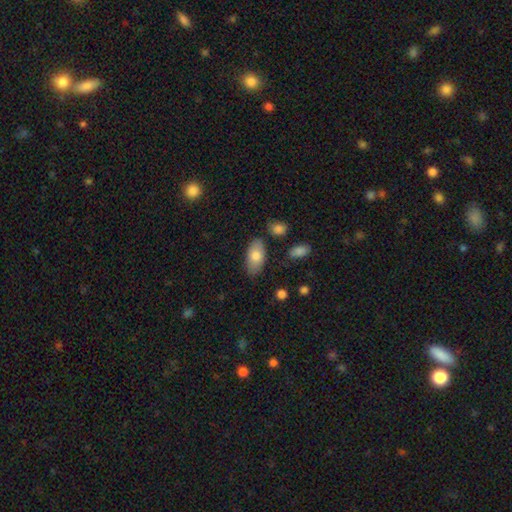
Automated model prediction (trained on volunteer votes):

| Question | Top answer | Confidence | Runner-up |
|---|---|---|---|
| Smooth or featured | smooth | 77% | featured or disk (17%) |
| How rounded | in between | 93% | round (4%) |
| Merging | none | 78% | minor disturbance (15%) |